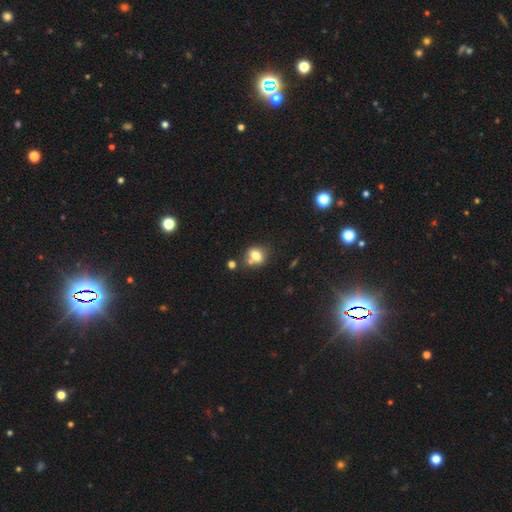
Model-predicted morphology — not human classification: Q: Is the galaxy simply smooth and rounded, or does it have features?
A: smooth — 72%.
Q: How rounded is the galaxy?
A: round — 56%.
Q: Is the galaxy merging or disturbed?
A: none — 54%.